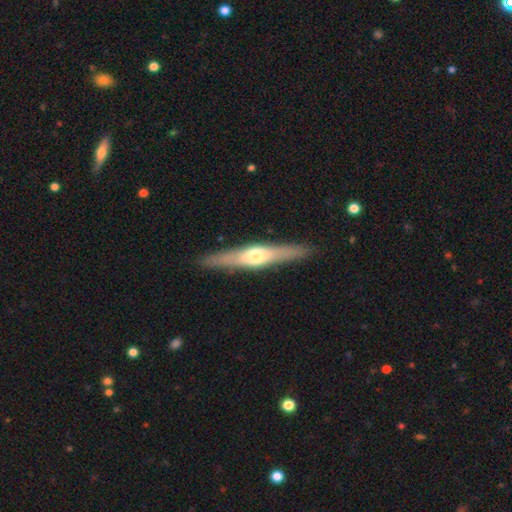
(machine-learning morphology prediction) A featured or disk galaxy (62%) viewed edge-on (93%) with a rounded central bulge (89%). Merging: none (89%).